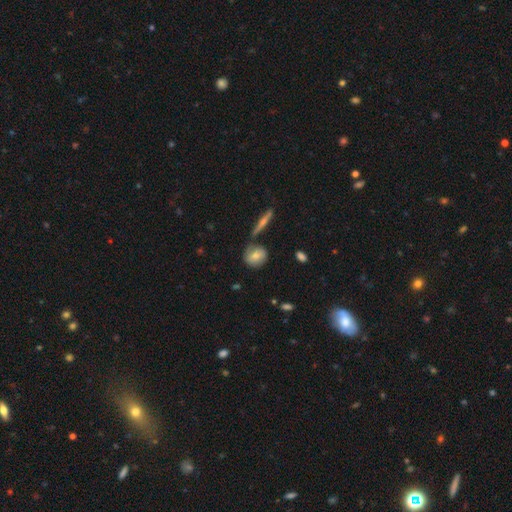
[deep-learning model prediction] Smooth or featured: smooth — 67% (featured or disk — 25%)
How rounded: round — 78% (in between — 18%)
Merging: none — 70% (minor disturbance — 15%)